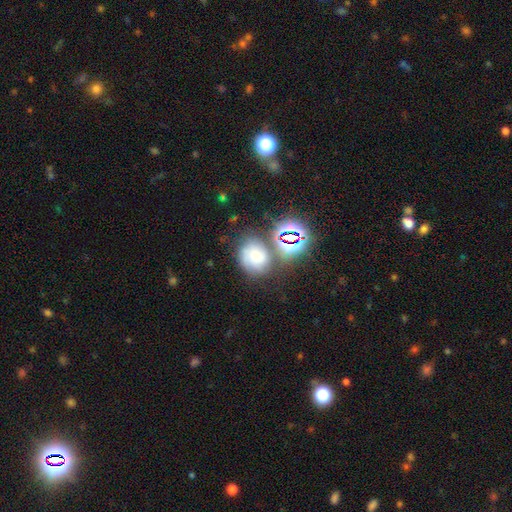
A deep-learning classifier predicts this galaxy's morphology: This appears to be a smooth galaxy with no disk features (46%). Merging: none (56%).